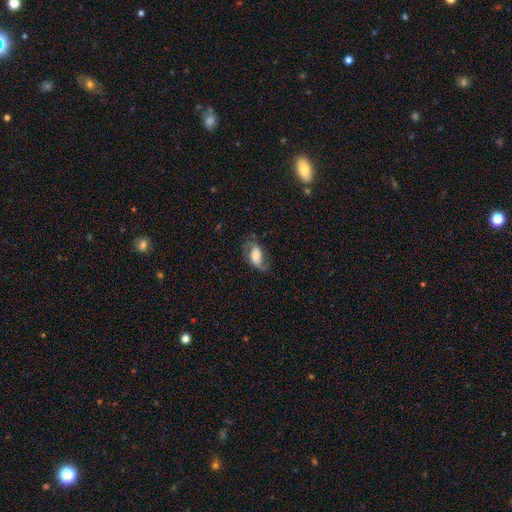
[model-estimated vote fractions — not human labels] featured or disk 60%, smooth 32%, star or artifact 8%. Down the decision tree: edge-on disk — no (95%); bar — no (47%); spiral arms — yes (89%); spiral arm count — 2 (80%); spiral winding — loose (45%); bulge size — large (32%); merging — none (58%).